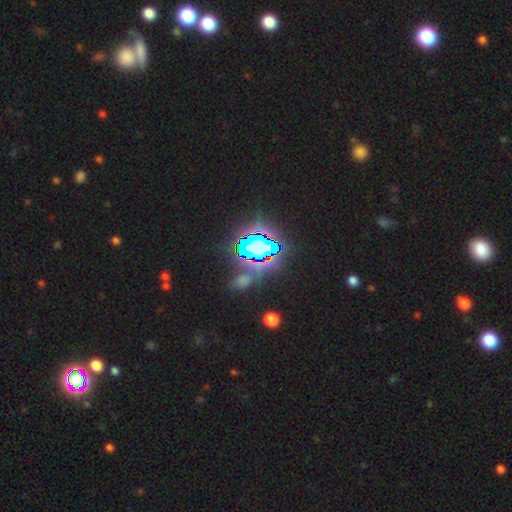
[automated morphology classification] A star or artifact, not a galaxy (81%).